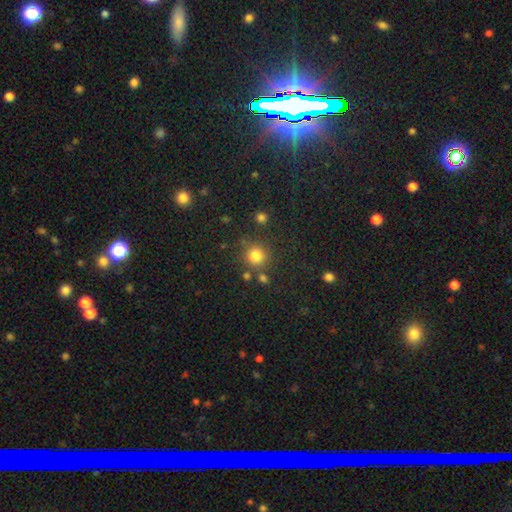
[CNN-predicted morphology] Smooth or featured: smooth — 81% (star or artifact — 14%)
How rounded: round — 92% (in between — 7%)
Merging: none — 78% (minor disturbance — 9%)